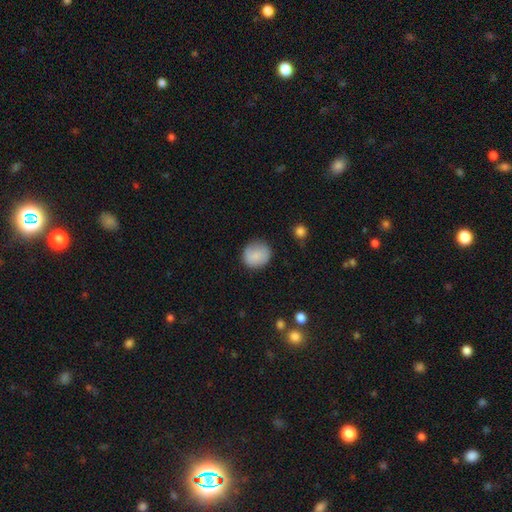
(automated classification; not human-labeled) Smooth or featured: smooth — 83% (featured or disk — 9%)
How rounded: round — 85% (in between — 14%)
Merging: none — 80% (minor disturbance — 15%)